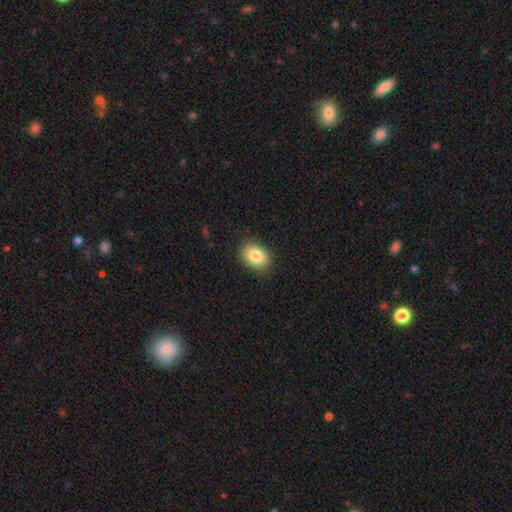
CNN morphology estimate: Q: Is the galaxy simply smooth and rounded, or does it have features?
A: smooth — 83%.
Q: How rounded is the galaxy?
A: in between — 62%.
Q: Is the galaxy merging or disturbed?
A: none — 86%.